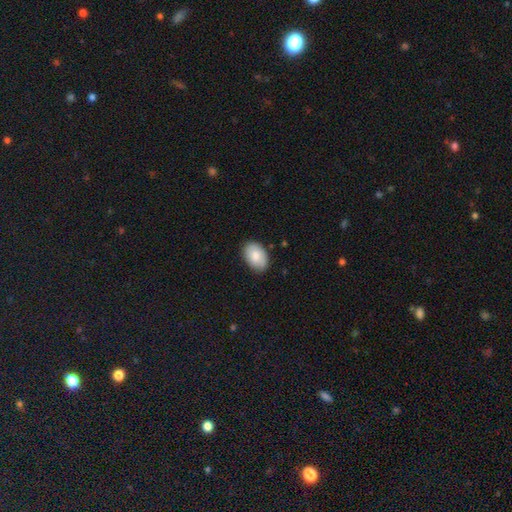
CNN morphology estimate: This is likely a smooth galaxy (78%). How rounded: clearly in between (88%). Merging: clearly none (81%).